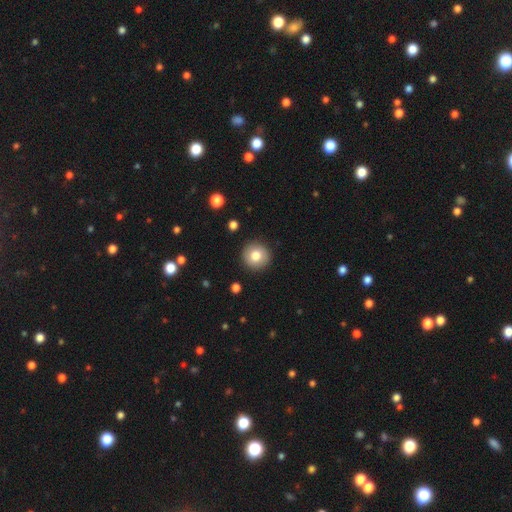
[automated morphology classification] smooth 80%, featured or disk 12%, star or artifact 9%. Down the decision tree: how rounded — round (95%); merging — none (91%).